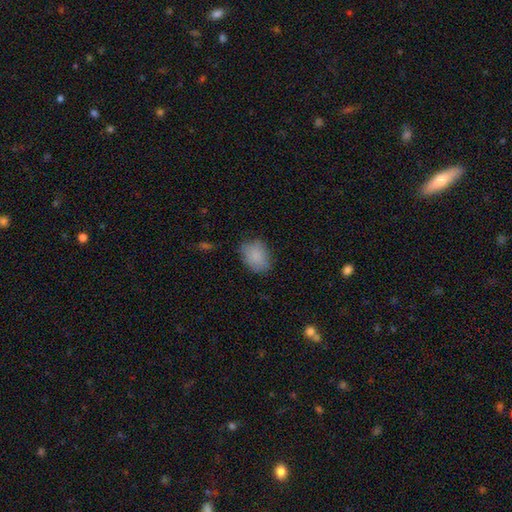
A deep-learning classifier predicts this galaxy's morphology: This is clearly a smooth galaxy (86%). How rounded: likely in between (74%). Merging: likely none (74%).